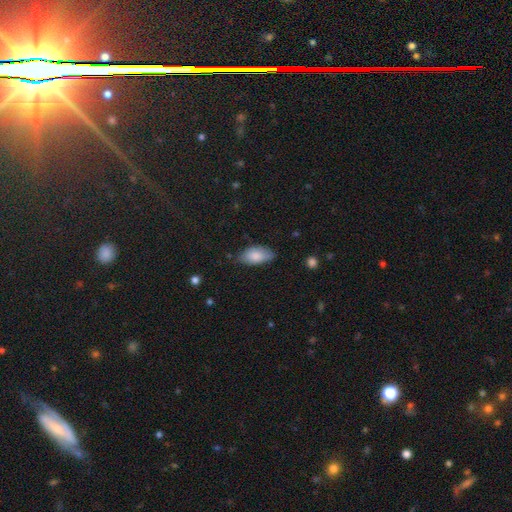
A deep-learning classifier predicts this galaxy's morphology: A smooth galaxy with no disk features (82%) that is in between round and cigar-shaped (92%).

Vote fractions:
- Smooth or featured? smooth: 82% / featured or disk: 11% / star or artifact: 7%
- How rounded? in between: 92% / cigar-shaped: 6% / round: 3%
- Merging? none: 70% / minor disturbance: 24% / major disturbance: 4% / merger: 2%